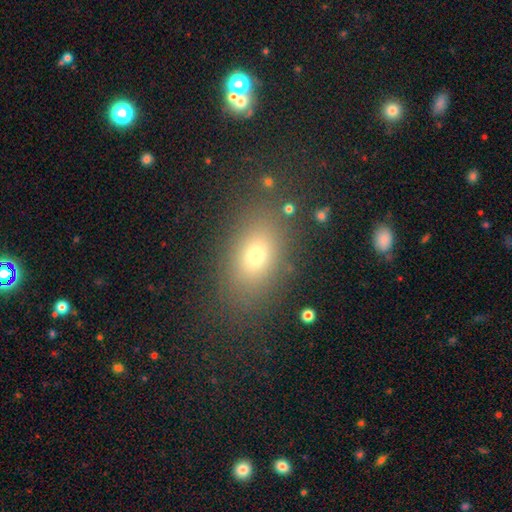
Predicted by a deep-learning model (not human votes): Smooth or featured?
  - smooth: 71% *
  - star or artifact: 16%
  - featured or disk: 13%
How rounded?
  - in between: 78% *
  - round: 19%
  - cigar-shaped: 3%
Merging?
  - none: 83% *
  - minor disturbance: 10%
  - major disturbance: 5%
  - merger: 2%